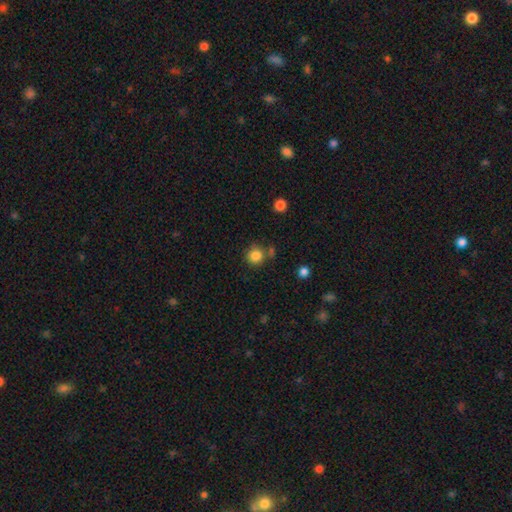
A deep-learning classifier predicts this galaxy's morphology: Smooth or featured: smooth — 84% (star or artifact — 11%)
How rounded: round — 91% (in between — 8%)
Merging: none — 73% (minor disturbance — 12%)